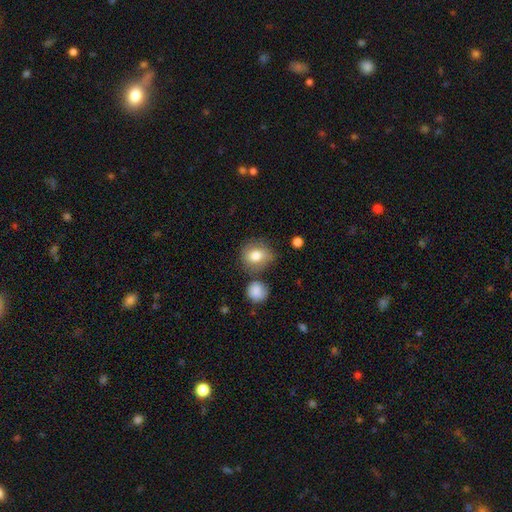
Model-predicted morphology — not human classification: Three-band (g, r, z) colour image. It shows a smooth galaxy with no disk features (80%) that is round (73%). Merging: none (66%).